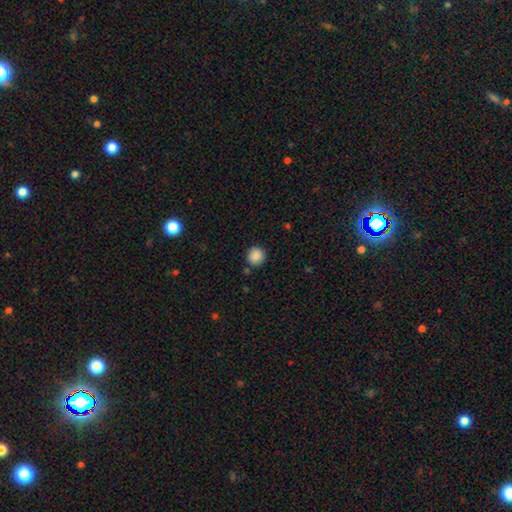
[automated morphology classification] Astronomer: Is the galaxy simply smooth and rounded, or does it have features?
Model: smooth — 88%.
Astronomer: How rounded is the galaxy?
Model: round — 91%.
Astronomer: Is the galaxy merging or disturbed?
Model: none — 86%.